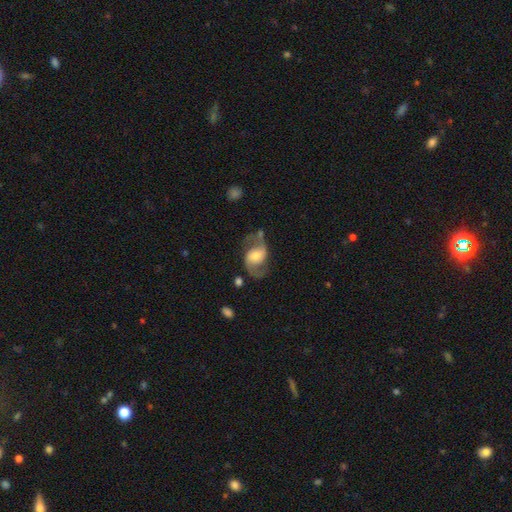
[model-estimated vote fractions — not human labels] Smooth or featured? featured or disk (82%)
Edge-on disk? no (97%)
Bar? no (47%)
Spiral arms? yes (95%)
Spiral winding? medium (45%, tied with loose)
Spiral arm count? 2 (92%)
Bulge size? moderate (47%)
Merging? none (66%)